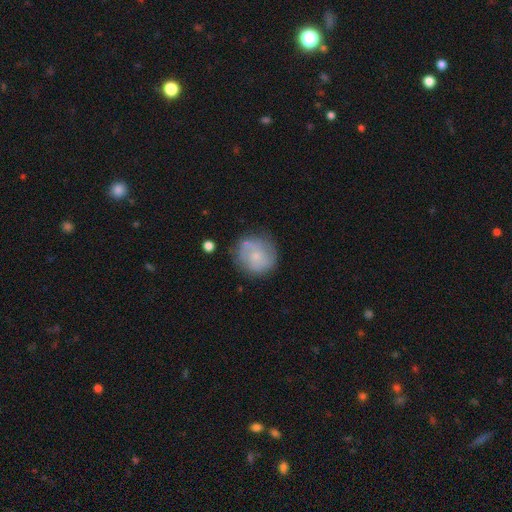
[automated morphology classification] The model was most divided on "smooth or featured": smooth: 54%, featured or disk: 38%, star or artifact: 8%. More confident: how rounded — round (87%); merging — none (66%).